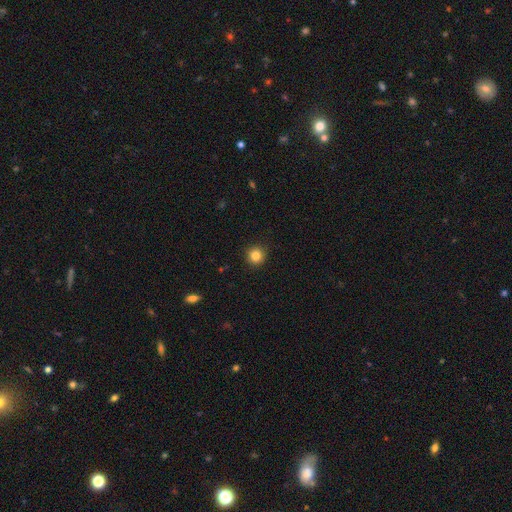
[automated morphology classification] type=smooth (84%); roundness=round (94%); merging=none (91%).